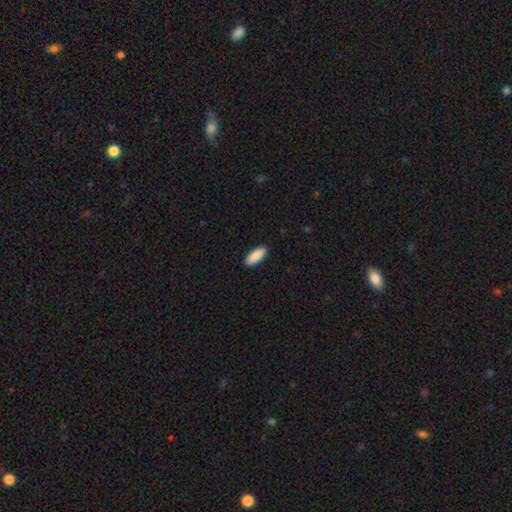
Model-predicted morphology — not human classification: type=smooth (91%); roundness=in between (82%); merging=none (91%).